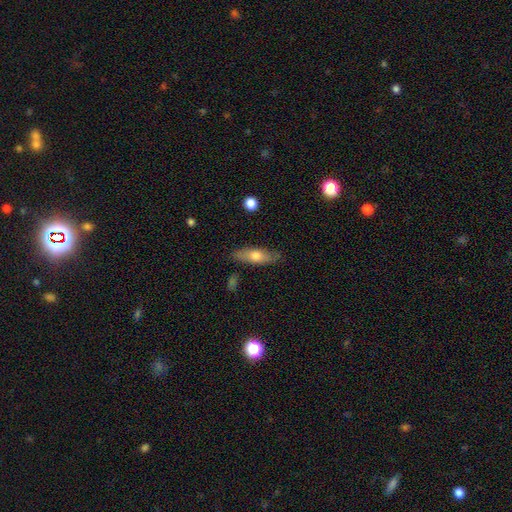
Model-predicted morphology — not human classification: Smooth or featured: smooth — 64% (featured or disk — 30%)
How rounded: in between — 53% (cigar-shaped — 44%)
Merging: none — 82% (minor disturbance — 14%)